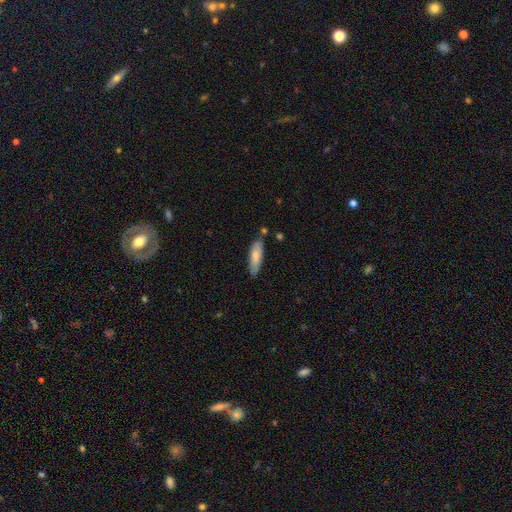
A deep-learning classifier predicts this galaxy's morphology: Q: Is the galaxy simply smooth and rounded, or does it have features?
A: smooth — 77%.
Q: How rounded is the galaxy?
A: cigar-shaped — 53%.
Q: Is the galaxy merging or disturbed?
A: none — 75%.